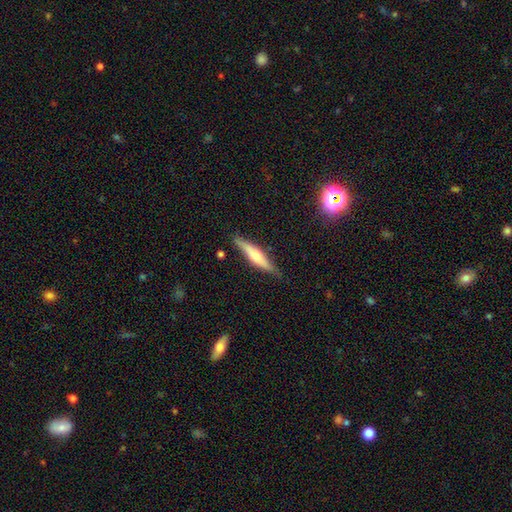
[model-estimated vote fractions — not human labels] featured or disk 49%, smooth 45%, star or artifact 6%. Down the decision tree: merging — none (80%).